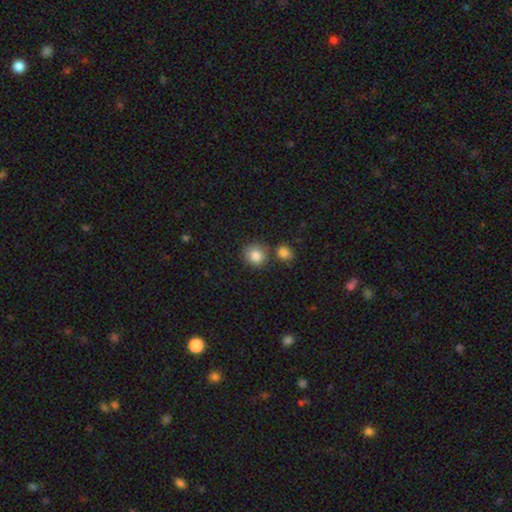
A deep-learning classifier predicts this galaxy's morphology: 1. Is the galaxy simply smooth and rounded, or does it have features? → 86% smooth, 9% star or artifact, 6% featured or disk.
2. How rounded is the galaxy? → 83% round, 16% in between, 1% cigar-shaped.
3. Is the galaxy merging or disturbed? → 68% none, 16% merger, 12% minor disturbance, 4% major disturbance.